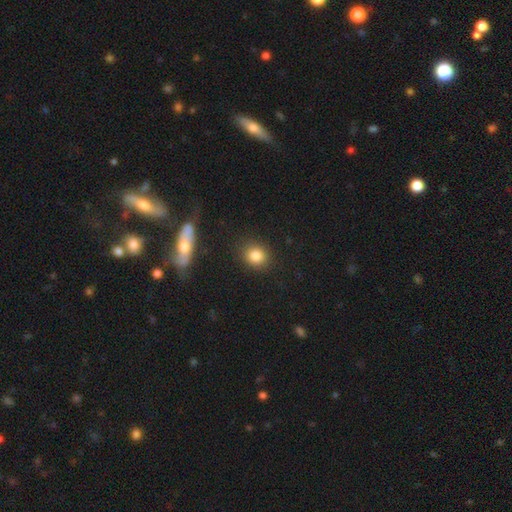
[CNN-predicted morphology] A smooth galaxy with no disk features (84%) that is round (73%).

Vote fractions:
- Smooth or featured? smooth: 84% / star or artifact: 10% / featured or disk: 6%
- How rounded? round: 73% / in between: 25% / cigar-shaped: 1%
- Merging? none: 87% / minor disturbance: 8% / major disturbance: 3% / merger: 2%